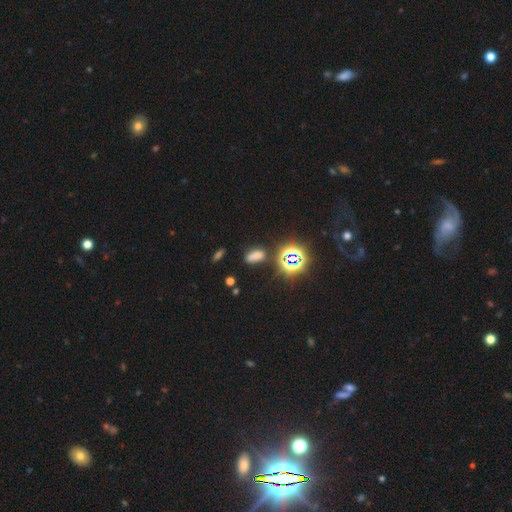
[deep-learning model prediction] Smooth or featured: smooth — 58% (star or artifact — 34%)
How rounded: in between — 76% (cigar-shaped — 14%)
Merging: none — 70% (minor disturbance — 17%)